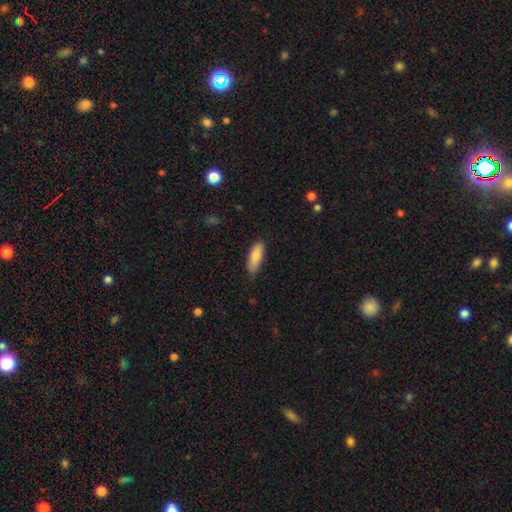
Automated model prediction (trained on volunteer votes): smooth-or-featured: smooth: 87% | featured or disk: 7% | star or artifact: 6%
  how-rounded: in between: 71% | cigar-shaped: 27% | round: 2%
  merging: none: 77% | minor disturbance: 19% | major disturbance: 3% | merger: 1%